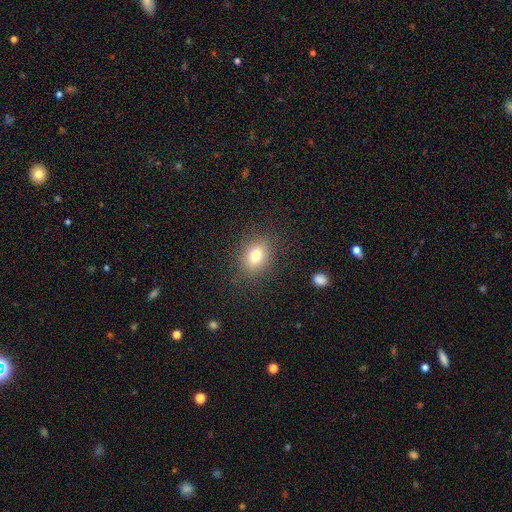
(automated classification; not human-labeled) This is likely a smooth galaxy (77%). How rounded: possibly in between (55%). Merging: clearly none (85%).